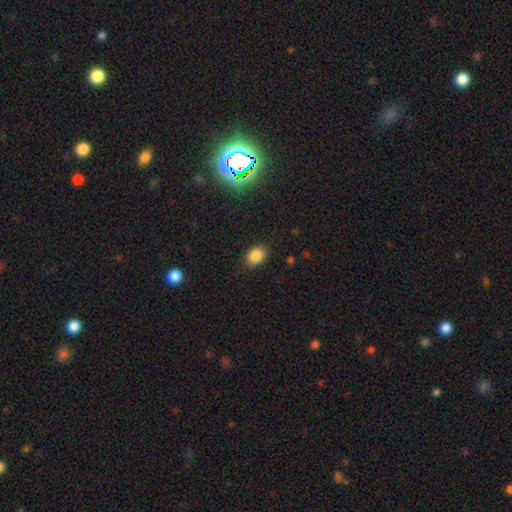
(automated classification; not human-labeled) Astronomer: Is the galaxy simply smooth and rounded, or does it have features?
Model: smooth — 85%.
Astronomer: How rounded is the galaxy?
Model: in between — 79%.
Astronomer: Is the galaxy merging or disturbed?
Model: none — 83%.